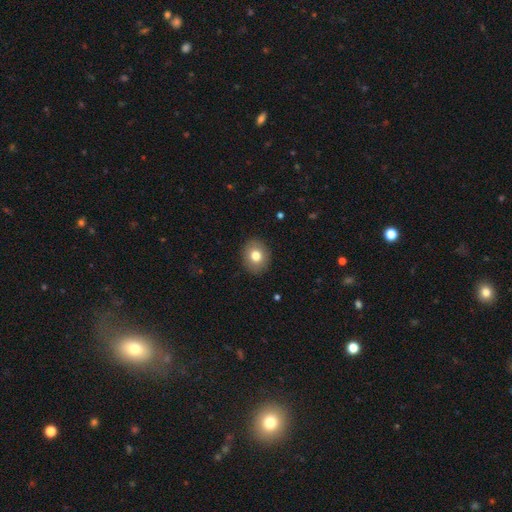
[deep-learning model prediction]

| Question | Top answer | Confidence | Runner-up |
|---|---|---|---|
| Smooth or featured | smooth | 78% | featured or disk (12%) |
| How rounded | round | 60% | in between (39%) |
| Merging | none | 90% | minor disturbance (7%) |